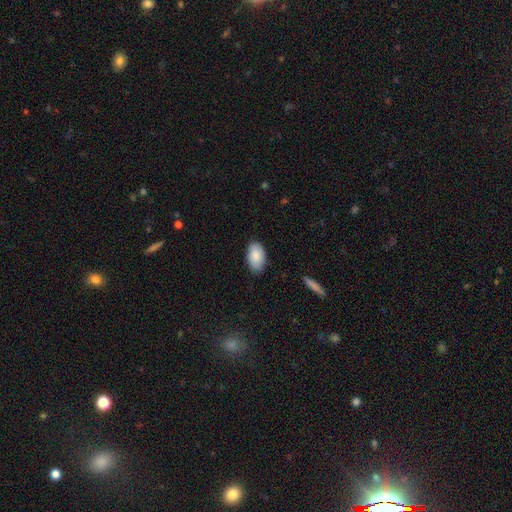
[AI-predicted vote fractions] A smooth galaxy with no disk features (87%) that is in between round and cigar-shaped (94%).

Vote fractions:
- Smooth or featured? smooth: 87% / featured or disk: 7% / star or artifact: 6%
- How rounded? in between: 94% / round: 5% / cigar-shaped: 1%
- Merging? none: 81% / minor disturbance: 15% / major disturbance: 2% / merger: 1%